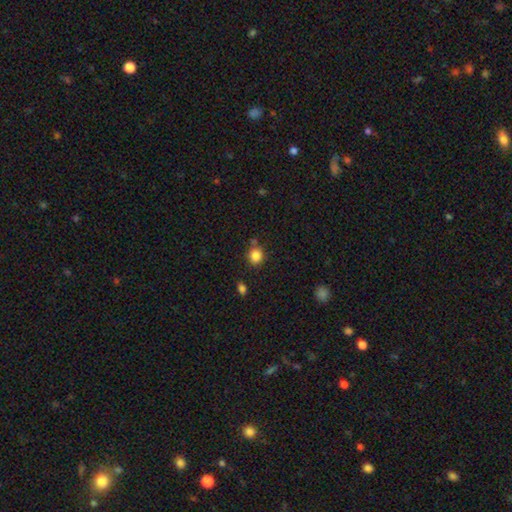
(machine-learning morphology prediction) Q: Smooth or featured?
A: smooth (85%); runner-up: star or artifact (11%)
Q: How rounded?
A: round (83%); runner-up: in between (16%)
Q: Merging?
A: none (75%); runner-up: minor disturbance (12%)